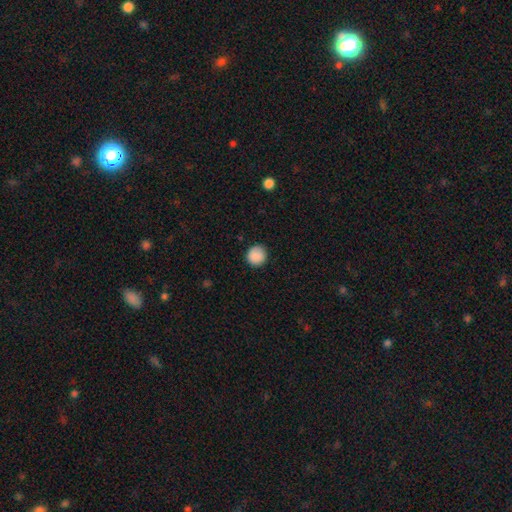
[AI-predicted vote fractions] Smooth or featured? smooth (89%)
How rounded? round (93%)
Merging? none (90%)